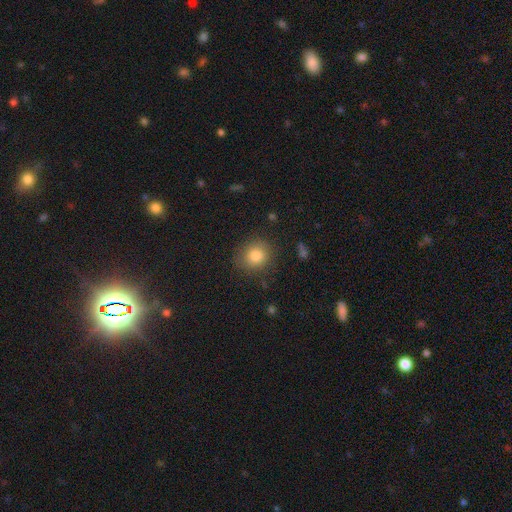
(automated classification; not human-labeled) A smooth galaxy with no disk features (83%) that is round (81%).

Vote fractions:
- Smooth or featured? smooth: 83% / star or artifact: 10% / featured or disk: 7%
- How rounded? round: 81% / in between: 18% / cigar-shaped: 1%
- Merging? none: 83% / minor disturbance: 12% / major disturbance: 4% / merger: 1%